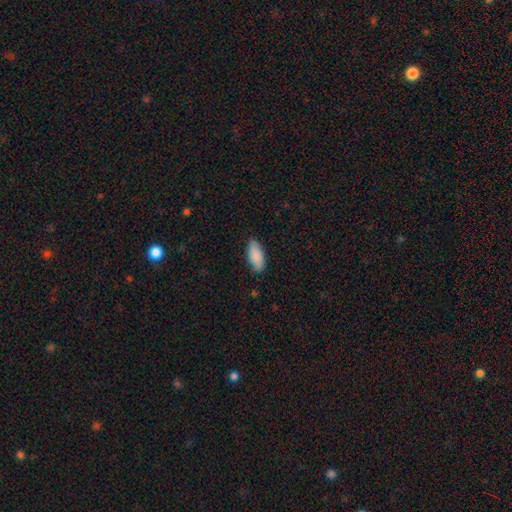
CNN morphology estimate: Q: Smooth or featured?
A: smooth (89%); runner-up: star or artifact (6%)
Q: How rounded?
A: in between (86%); runner-up: cigar-shaped (12%)
Q: Merging?
A: none (85%); runner-up: minor disturbance (11%)